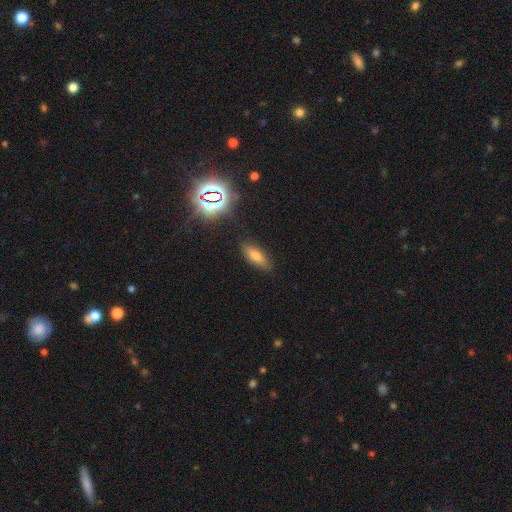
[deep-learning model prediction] Smooth or featured? Predicted: smooth (p=0.61). How rounded? Predicted: in between (p=0.64). Merging? Predicted: none (p=0.85).